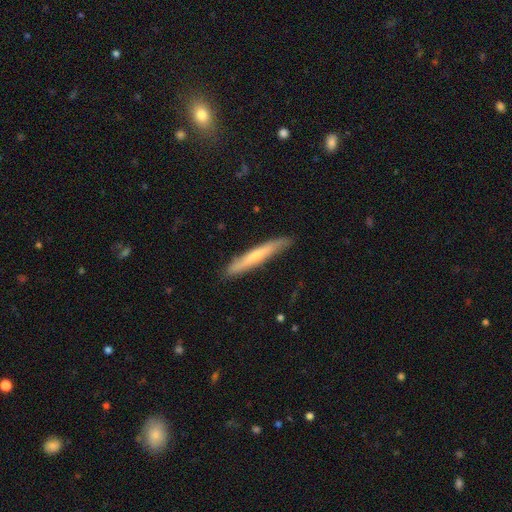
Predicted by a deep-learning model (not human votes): smooth-or-featured: smooth: 53% | featured or disk: 42% | star or artifact: 5%
  how-rounded: cigar-shaped: 95% | in between: 4% | round: 1%
  merging: none: 86% | minor disturbance: 11% | major disturbance: 2% | merger: 1%